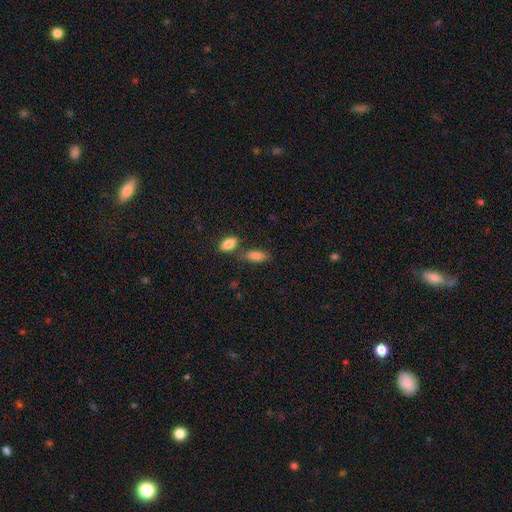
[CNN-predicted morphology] Overall: smooth (84%). How rounded: in between (86%). Merging: none (65%).